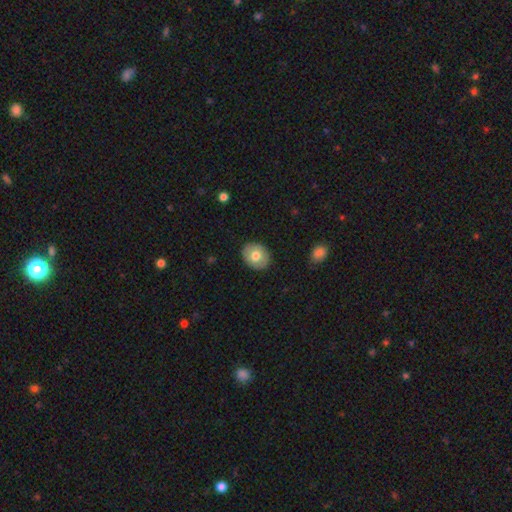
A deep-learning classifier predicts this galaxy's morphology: A smooth galaxy with no disk features (68%) that is round (60%). Merging: none (87%).